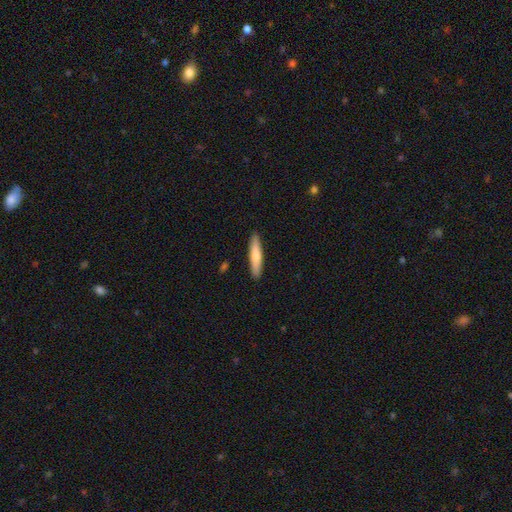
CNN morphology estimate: Overall: smooth (72%). How rounded: cigar-shaped (88%). Merging: none (91%).